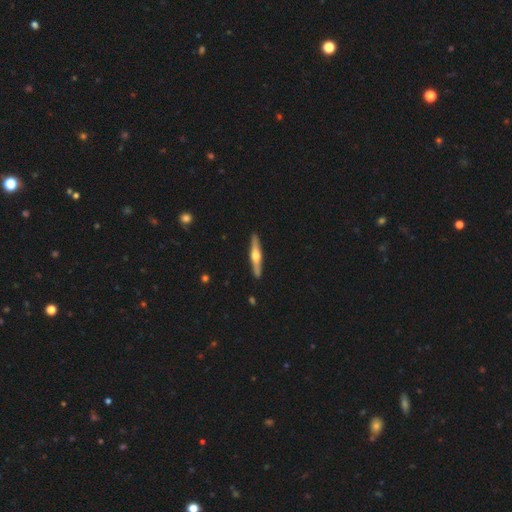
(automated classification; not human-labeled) smooth_or_featured: featured or disk (p=0.64) [alt: smooth p=0.31]
disk_edge_on: yes (p=0.96) [alt: no p=0.04]
edge_on_bulge: rounded (p=0.93) [alt: none p=0.04]
merging: none (p=0.91) [alt: minor disturbance p=0.06]